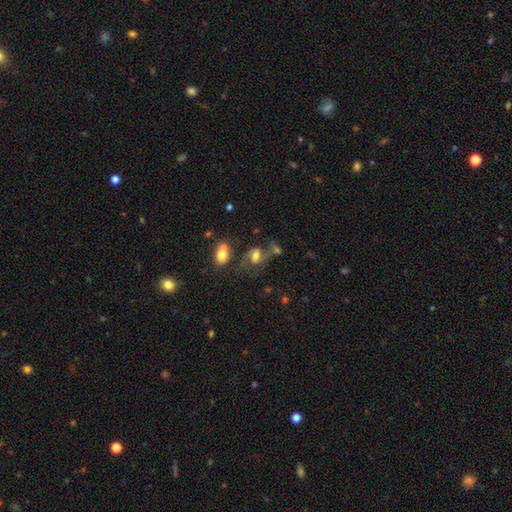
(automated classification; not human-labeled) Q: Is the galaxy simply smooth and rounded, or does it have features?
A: featured or disk — 53%.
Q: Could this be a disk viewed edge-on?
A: no — 95%.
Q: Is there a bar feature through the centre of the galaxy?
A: no — 41%.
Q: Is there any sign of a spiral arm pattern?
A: yes — 75%.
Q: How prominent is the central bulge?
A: moderate — 53%.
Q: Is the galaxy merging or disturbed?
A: none — 40%.